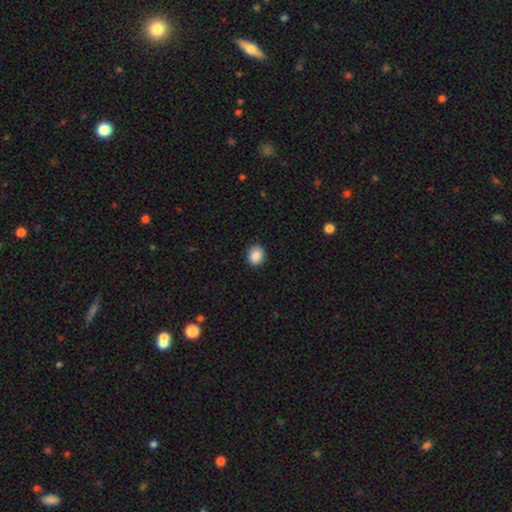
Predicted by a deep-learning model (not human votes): Overall: smooth (88%). How rounded: round (59%; in between 40%). Merging: none (89%).